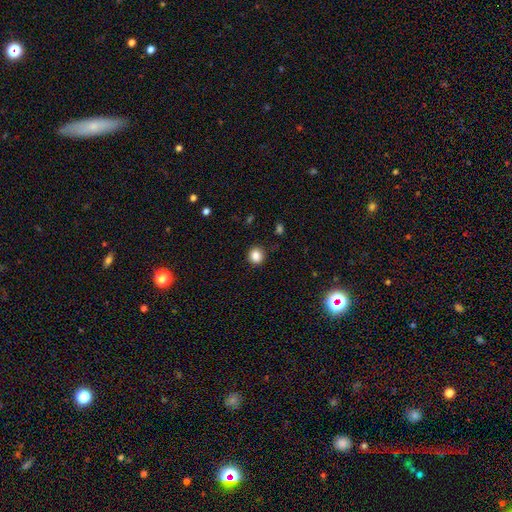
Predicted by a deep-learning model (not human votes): Morphology: type=smooth (85%); roundness=round (87%); merging=none (89%).